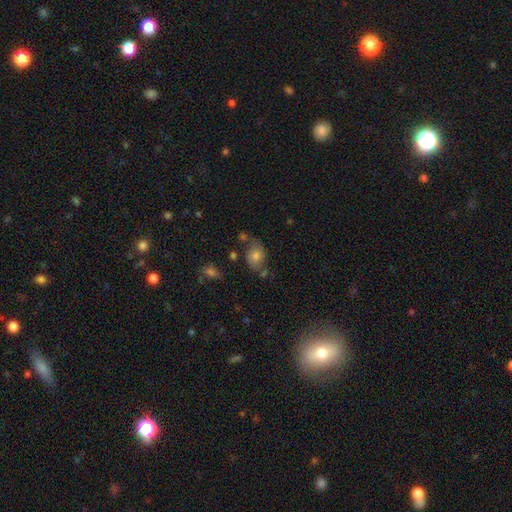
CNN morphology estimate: Q: Smooth or featured?
A: smooth (66%); runner-up: featured or disk (23%)
Q: How rounded?
A: in between (67%); runner-up: round (32%)
Q: Merging?
A: none (54%); runner-up: minor disturbance (24%)